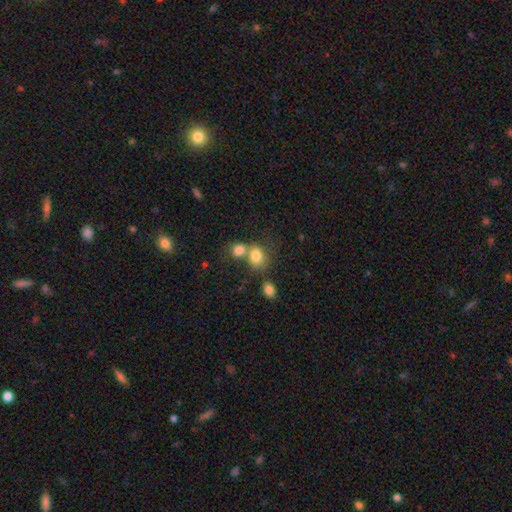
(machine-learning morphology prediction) This appears to be a smooth galaxy with no disk features (80%) that is in between round and cigar-shaped (56%). Merging: merger (52%).